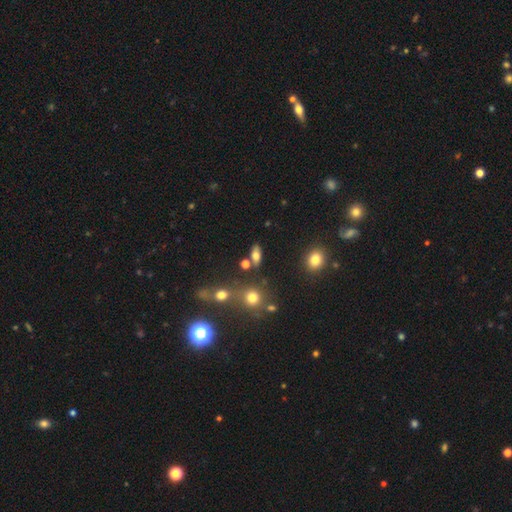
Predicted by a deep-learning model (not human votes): This appears to be a smooth galaxy with no disk features (69%) that is in between round and cigar-shaped (80%). Merging: none (72%).